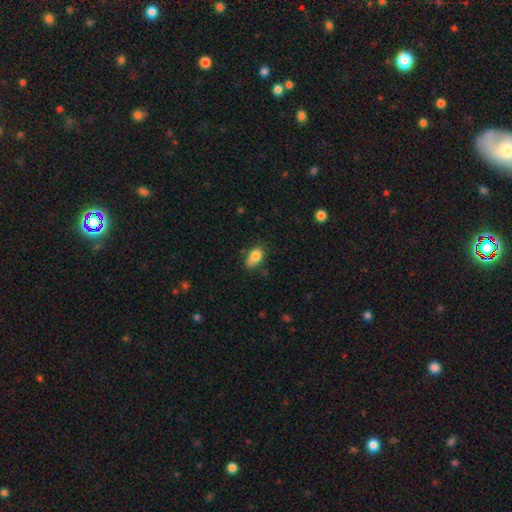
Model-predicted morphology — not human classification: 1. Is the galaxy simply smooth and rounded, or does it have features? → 82% smooth, 9% featured or disk, 8% star or artifact.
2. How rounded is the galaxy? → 87% in between, 10% round, 3% cigar-shaped.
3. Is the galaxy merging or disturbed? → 59% none, 29% minor disturbance, 7% major disturbance, 5% merger.